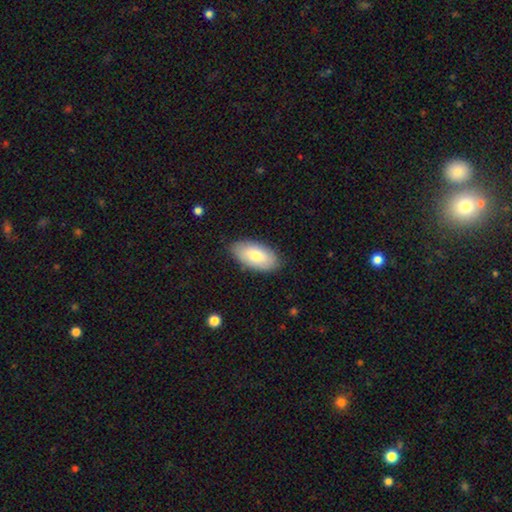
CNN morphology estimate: This appears to be a smooth galaxy with no disk features (74%) that is in between round and cigar-shaped (94%). Merging: none (83%).